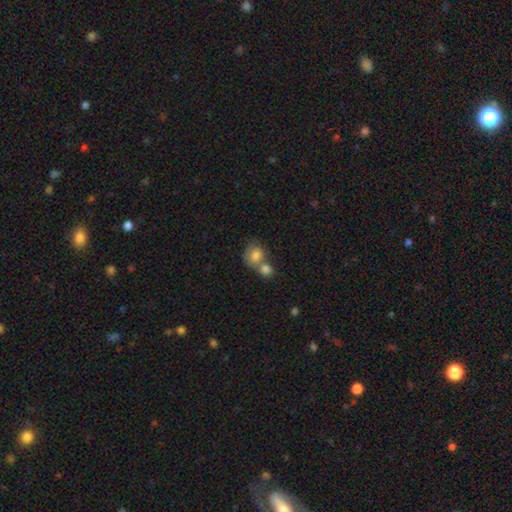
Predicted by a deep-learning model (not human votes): smooth 81%, featured or disk 11%, star or artifact 8%. Down the decision tree: how rounded — round (68%); merging — merger (56%).